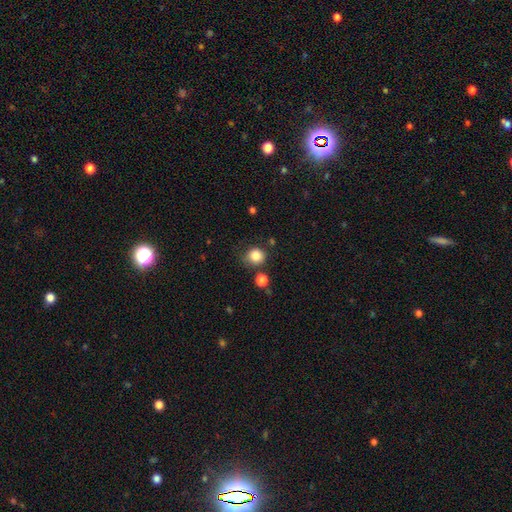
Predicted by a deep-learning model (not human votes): Smooth or featured? smooth (84%)
How rounded? round (86%)
Merging? none (72%)